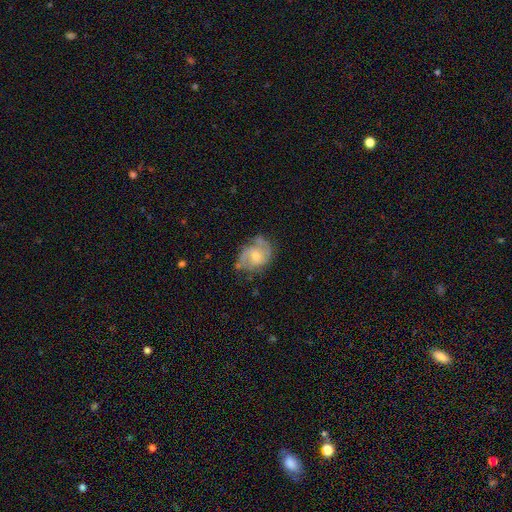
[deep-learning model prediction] Overall: featured or disk (72%). Edge-on disk: no (97%). Bar: no (60%; weak 34%). Spiral arms: yes (89%). Spiral arm count: 2 (74%). Spiral winding: medium (48%; tight 34%). Bulge size: moderate (50%; small 44%). Merging: none (57%; minor disturbance 27%).